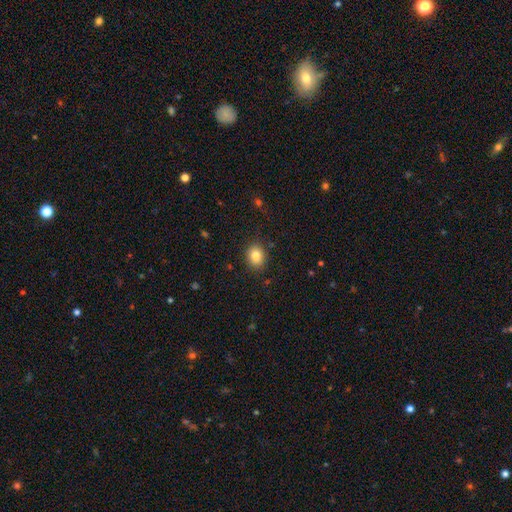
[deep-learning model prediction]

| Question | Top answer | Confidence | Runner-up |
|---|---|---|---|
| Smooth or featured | smooth | 83% | star or artifact (10%) |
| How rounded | round | 55% | in between (44%) |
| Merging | none | 86% | minor disturbance (10%) |